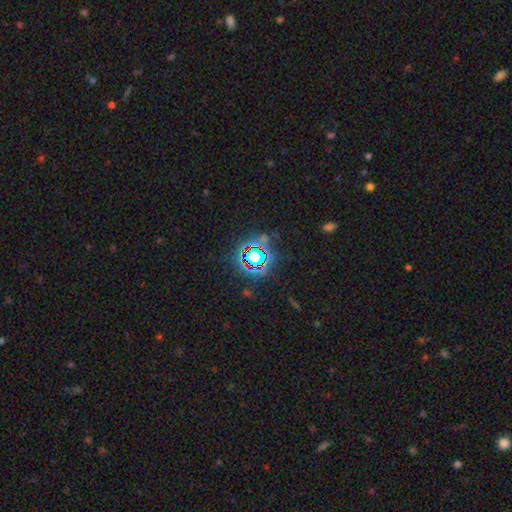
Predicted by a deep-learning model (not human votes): This is likely a star or artifact rather than a galaxy (75%).